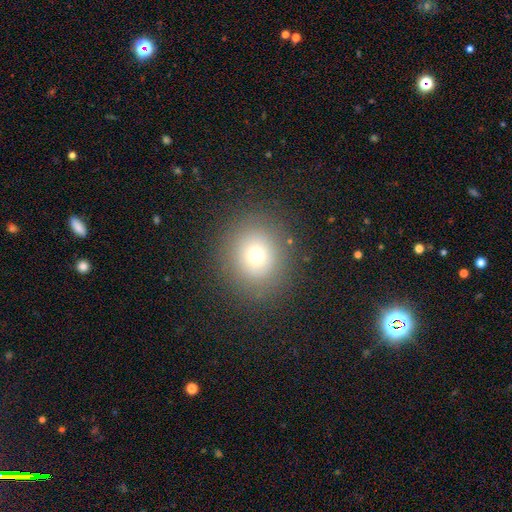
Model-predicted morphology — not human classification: A smooth galaxy with no disk features (70%) that is round (82%). Merging: none (86%).